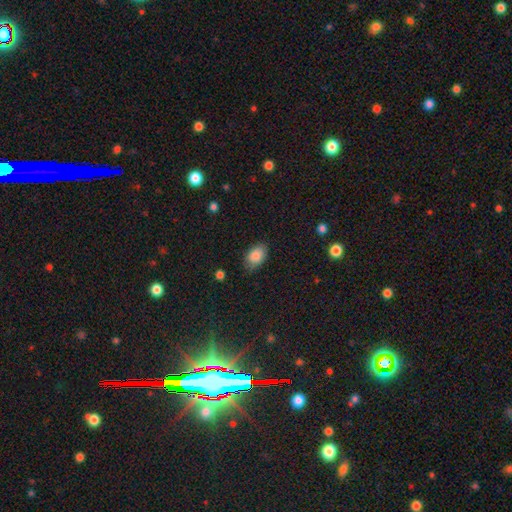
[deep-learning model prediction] The model was most divided on "merging": none: 78%, minor disturbance: 17%, major disturbance: 4%, merger: 1%. More confident: how rounded — in between (89%); smooth or featured — smooth (86%).